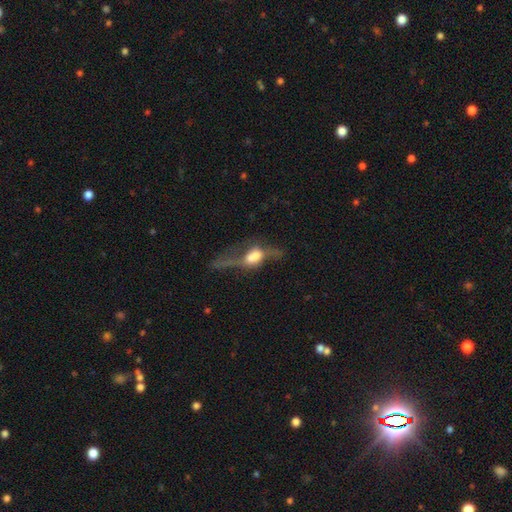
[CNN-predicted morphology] smooth_or_featured: featured or disk (p=0.53) [alt: smooth p=0.35]
disk_edge_on: no (p=0.60) [alt: yes p=0.40]
merging: major disturbance (p=0.51) [alt: none p=0.23]